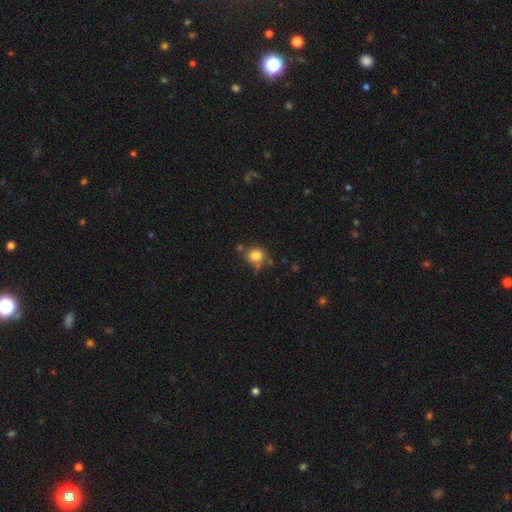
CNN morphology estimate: The model was most divided on "merging": none: 65%, minor disturbance: 18%, merger: 12%, major disturbance: 5%. More confident: how rounded — round (86%); smooth or featured — smooth (81%).